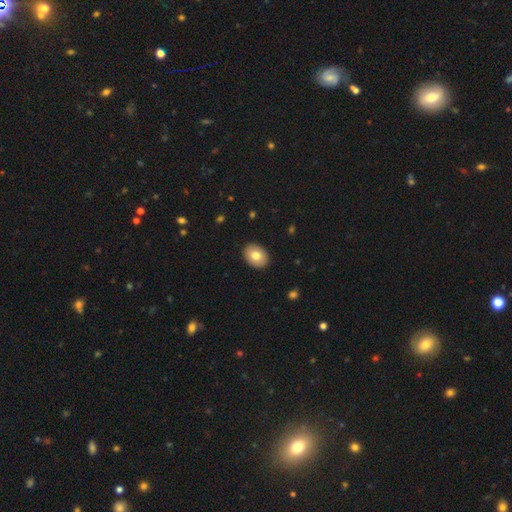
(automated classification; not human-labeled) A smooth galaxy with no disk features (79%) that is in between round and cigar-shaped (71%).

Vote fractions:
- Smooth or featured? smooth: 79% / featured or disk: 14% / star or artifact: 7%
- How rounded? in between: 71% / round: 28% / cigar-shaped: 1%
- Merging? none: 91% / minor disturbance: 7% / major disturbance: 2% / merger: 1%